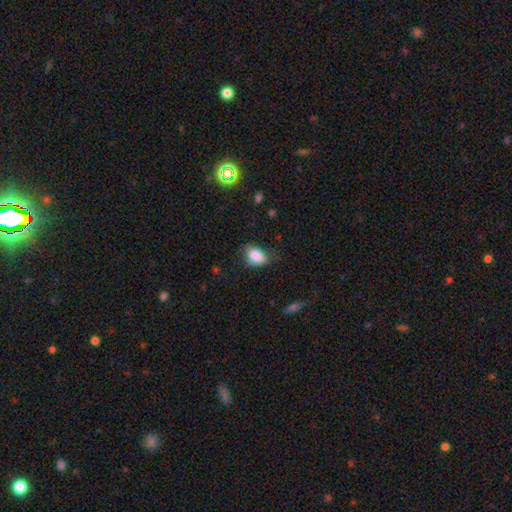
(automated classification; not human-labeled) Overall: smooth (83%). How rounded: in between (82%). Merging: none (55%; minor disturbance 32%).